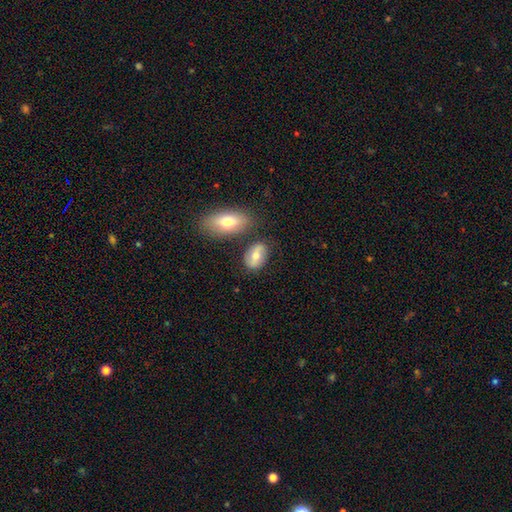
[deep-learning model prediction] This appears to be a smooth galaxy with no disk features (61%) that is in between round and cigar-shaped (83%). Merging: none (72%).